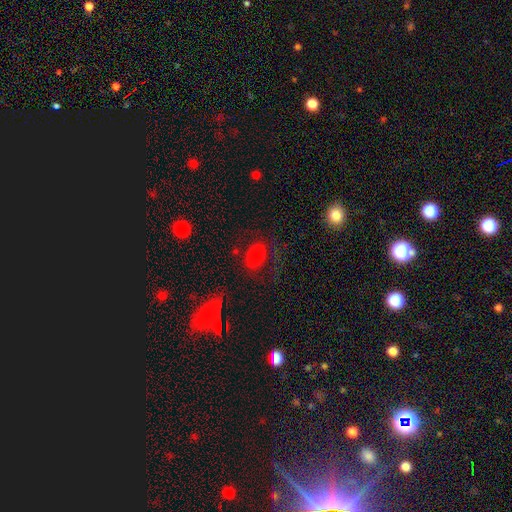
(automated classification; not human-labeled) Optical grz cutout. It shows a smooth galaxy with no disk features (70%) that is in between round and cigar-shaped (74%). Merging: none (62%).